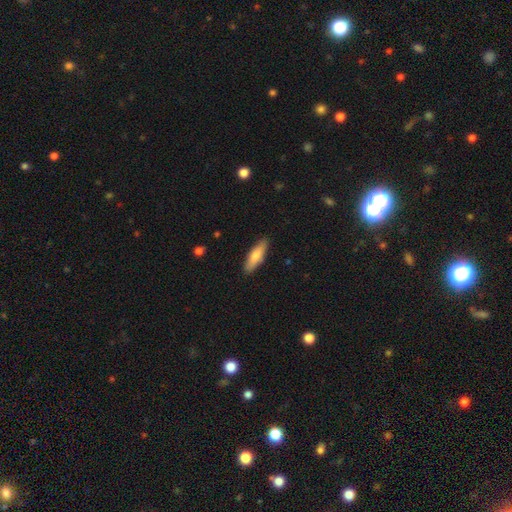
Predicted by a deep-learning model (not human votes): The model was most divided on "how rounded": cigar-shaped: 54%, in between: 44%, round: 2%. More confident: merging — none (88%); smooth or featured — smooth (74%).